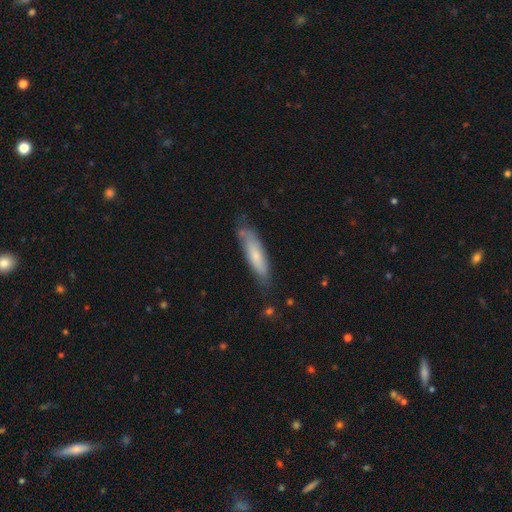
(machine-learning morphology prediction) Smooth or featured? Predicted: smooth (p=0.66). How rounded? Predicted: cigar-shaped (p=0.71). Merging? Predicted: none (p=0.68).